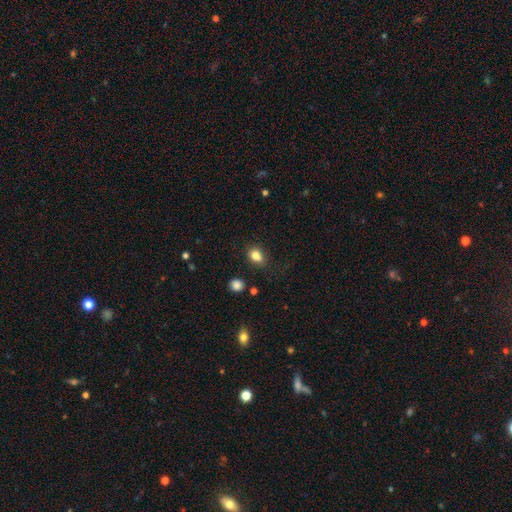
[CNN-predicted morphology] type=smooth (84%); roundness=in between (66%); merging=none (74%).